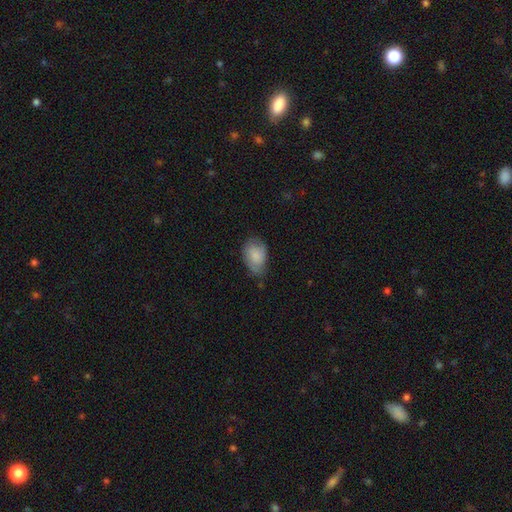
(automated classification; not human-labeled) Smooth or featured?
  - smooth: 71% *
  - featured or disk: 21%
  - star or artifact: 7%
How rounded?
  - in between: 86% *
  - round: 13%
  - cigar-shaped: 1%
Merging?
  - none: 52% *
  - minor disturbance: 36%
  - major disturbance: 10%
  - merger: 2%